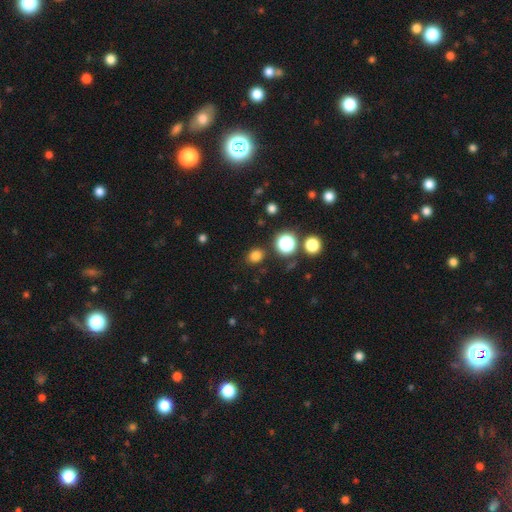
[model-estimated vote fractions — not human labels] Q: Smooth or featured?
A: smooth (78%); runner-up: star or artifact (17%)
Q: How rounded?
A: round (67%); runner-up: in between (33%)
Q: Merging?
A: none (86%); runner-up: minor disturbance (8%)